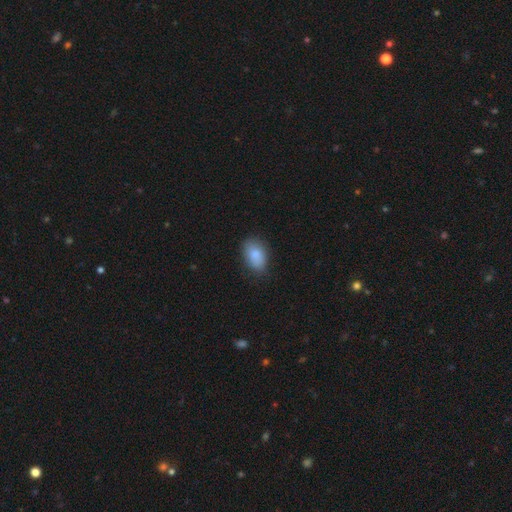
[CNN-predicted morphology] Smooth or featured?
  - smooth: 85% *
  - featured or disk: 8%
  - star or artifact: 7%
How rounded?
  - in between: 87% *
  - round: 11%
  - cigar-shaped: 1%
Merging?
  - none: 73% *
  - minor disturbance: 21%
  - major disturbance: 5%
  - merger: 1%